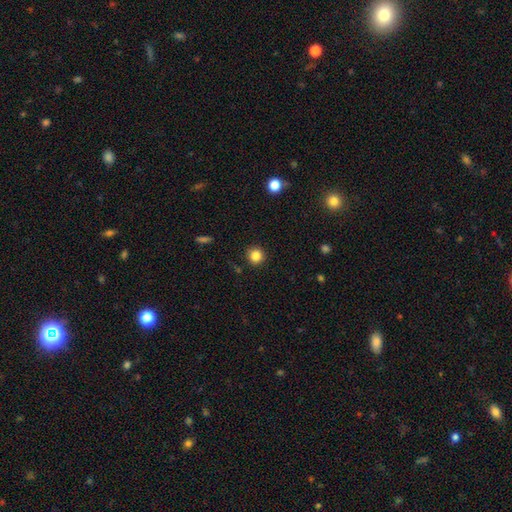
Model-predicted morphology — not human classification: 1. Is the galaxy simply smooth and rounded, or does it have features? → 84% smooth, 11% star or artifact, 5% featured or disk.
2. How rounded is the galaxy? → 94% round, 5% in between, 1% cigar-shaped.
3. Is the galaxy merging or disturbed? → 91% none, 6% minor disturbance, 2% major disturbance, 1% merger.